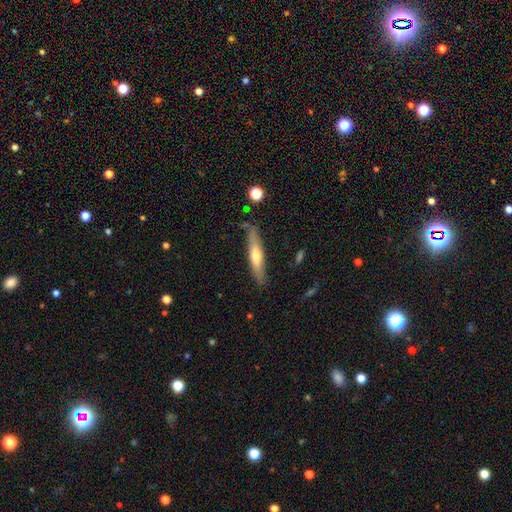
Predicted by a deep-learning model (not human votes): Q: Smooth or featured?
A: smooth (48%); runner-up: featured or disk (46%)
Q: Merging?
A: none (79%); runner-up: minor disturbance (15%)